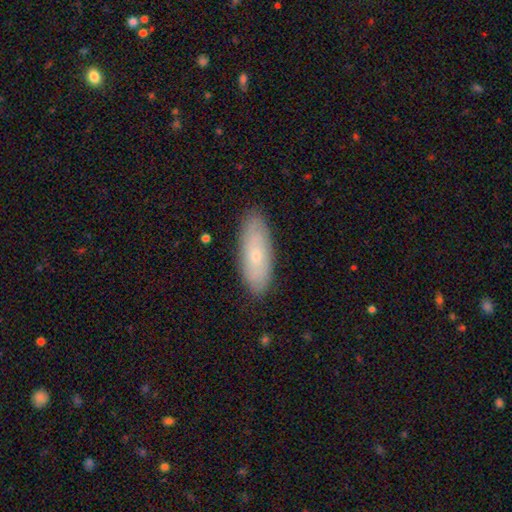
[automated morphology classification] The model was most divided on "smooth or featured": smooth: 55%, featured or disk: 38%, star or artifact: 7%. More confident: merging — none (86%); how rounded — in between (71%).